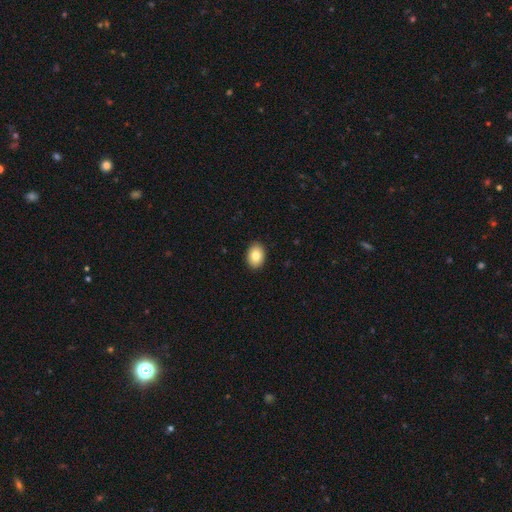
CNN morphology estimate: This appears to be a smooth galaxy with no disk features (84%) that is in between round and cigar-shaped (75%). Merging: none (91%).